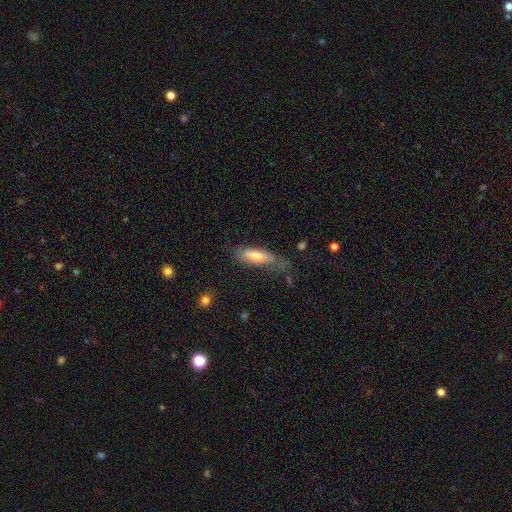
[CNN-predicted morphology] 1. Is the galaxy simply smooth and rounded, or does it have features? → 67% smooth, 27% featured or disk, 7% star or artifact.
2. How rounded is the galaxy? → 55% cigar-shaped, 43% in between, 2% round.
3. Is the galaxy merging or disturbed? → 52% none, 30% minor disturbance, 15% major disturbance, 3% merger.